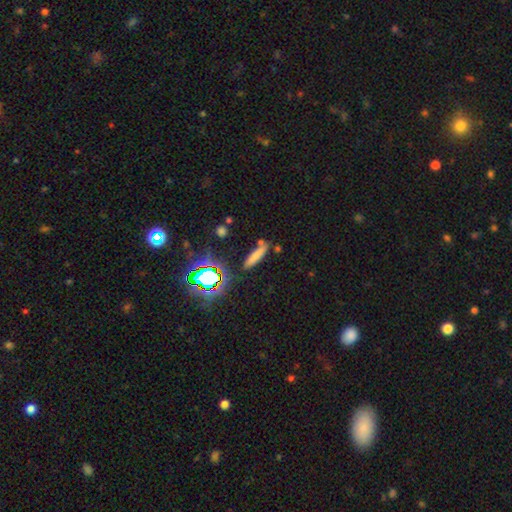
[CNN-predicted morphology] Smooth or featured? Predicted: smooth (p=0.71). How rounded? Predicted: cigar-shaped (p=0.77). Merging? Predicted: none (p=0.77).